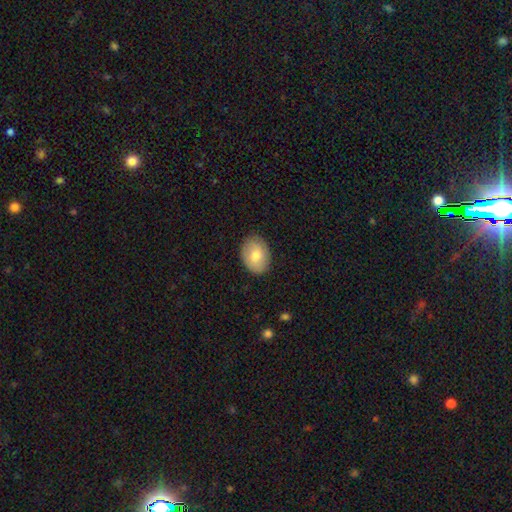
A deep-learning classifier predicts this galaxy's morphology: A smooth galaxy with no disk features (74%) that is in between round and cigar-shaped (70%). Merging: none (87%).